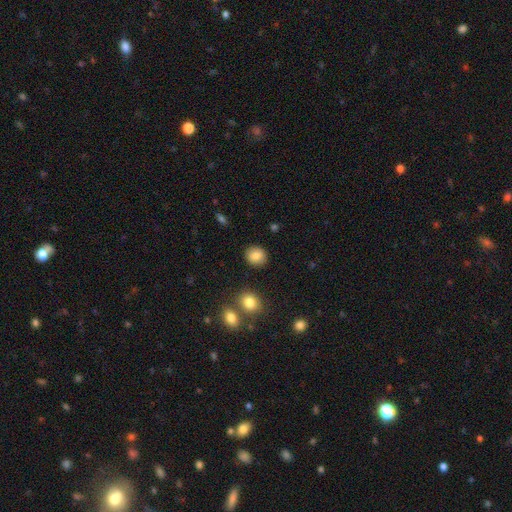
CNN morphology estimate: This is clearly a smooth galaxy (86%). How rounded: clearly round (80%). Merging: clearly none (89%).